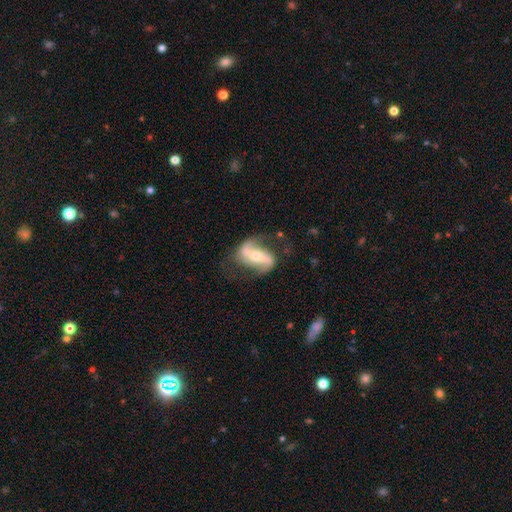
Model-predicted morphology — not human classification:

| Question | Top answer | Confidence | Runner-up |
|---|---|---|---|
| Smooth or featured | featured or disk | 82% | smooth (12%) |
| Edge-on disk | no | 95% | yes (5%) |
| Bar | strong | 48% | weak (27%) |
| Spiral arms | yes | 92% | no (8%) |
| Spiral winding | loose | 62% | medium (29%) |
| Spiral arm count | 2 | 90% | 1 (4%) |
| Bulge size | moderate | 52% | small (42%) |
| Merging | none | 66% | minor disturbance (19%) |